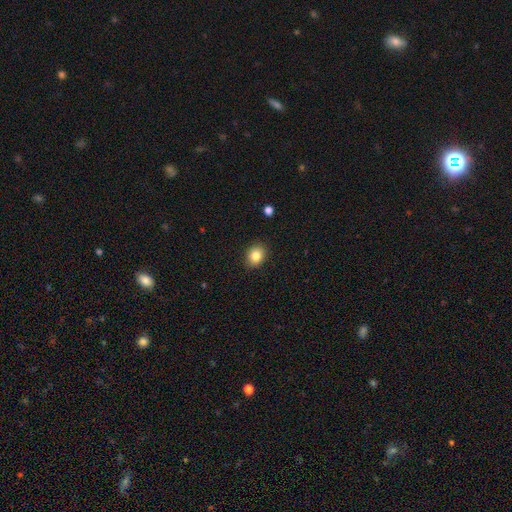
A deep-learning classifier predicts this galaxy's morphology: Overall: smooth (83%). How rounded: round (55%; in between 44%). Merging: none (89%).